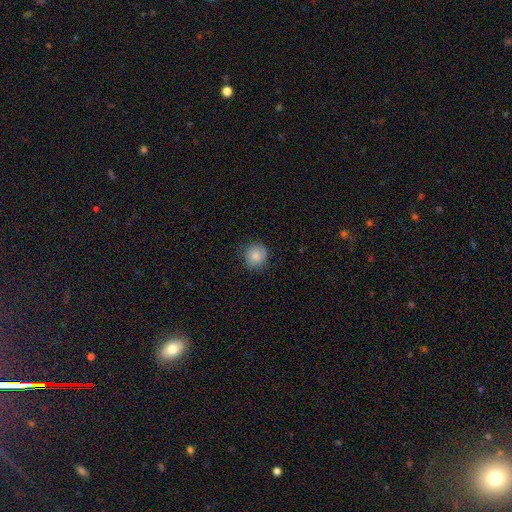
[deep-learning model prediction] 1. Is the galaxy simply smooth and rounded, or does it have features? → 82% smooth, 10% featured or disk, 9% star or artifact.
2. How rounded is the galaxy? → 86% round, 13% in between, 1% cigar-shaped.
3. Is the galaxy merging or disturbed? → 79% none, 16% minor disturbance, 4% major disturbance, 1% merger.